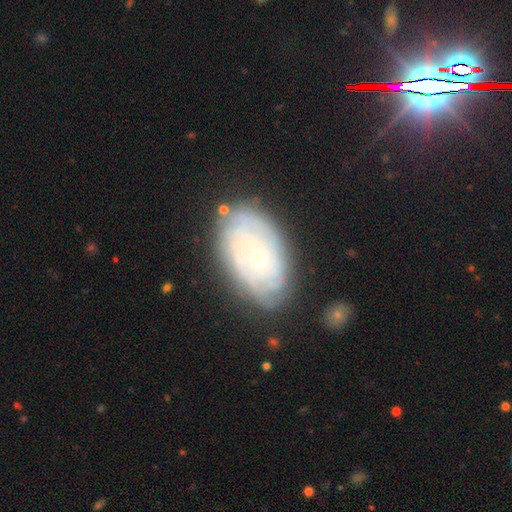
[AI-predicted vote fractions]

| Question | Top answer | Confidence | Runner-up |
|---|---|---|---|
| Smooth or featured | featured or disk | 70% | smooth (22%) |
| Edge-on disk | no | 94% | yes (6%) |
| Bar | no | 84% | weak (13%) |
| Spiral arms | yes | 79% | no (21%) |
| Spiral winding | tight | 78% | medium (16%) |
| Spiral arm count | can't tell | 60% | 2 (12%) |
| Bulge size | small | 71% | moderate (26%) |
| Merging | none | 74% | minor disturbance (18%) |